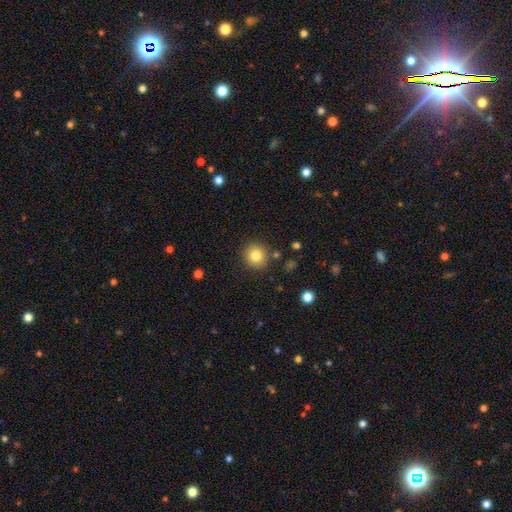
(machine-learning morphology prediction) This appears to be a smooth galaxy with no disk features (82%) that is round (91%). Merging: none (87%).